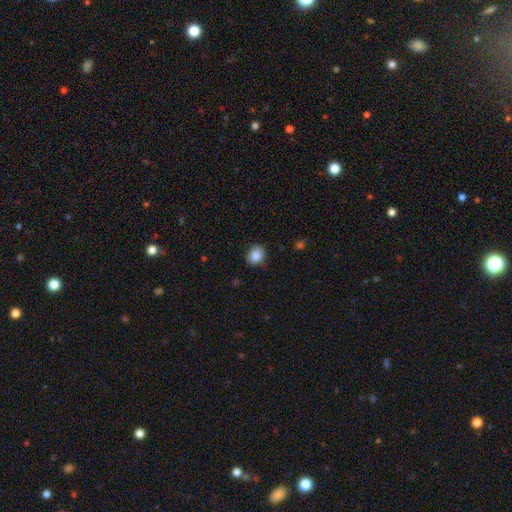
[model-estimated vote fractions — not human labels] A smooth galaxy with no disk features (85%) that is round (63%). Merging: none (88%).